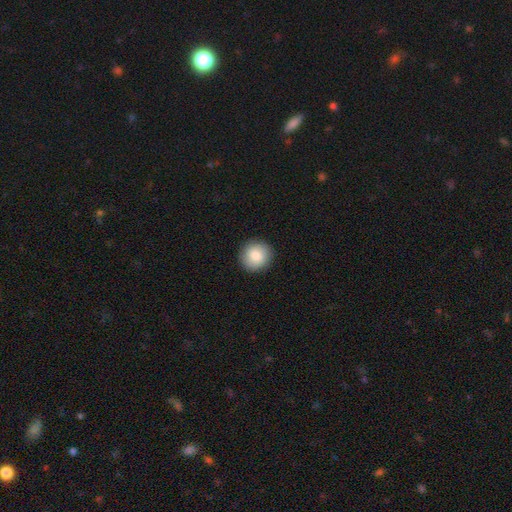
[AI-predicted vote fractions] Smooth or featured? smooth (83%)
How rounded? round (92%)
Merging? none (91%)